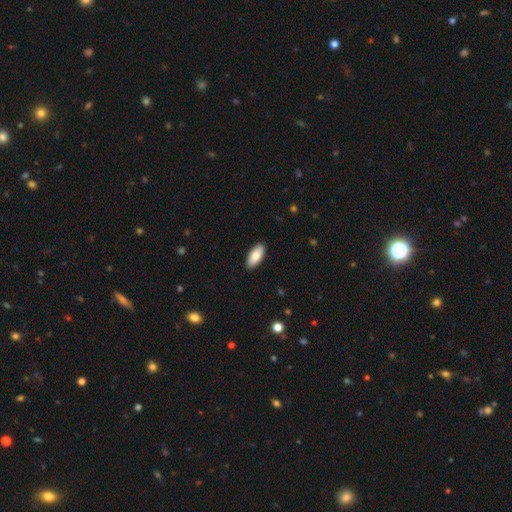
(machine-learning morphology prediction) Q: Smooth or featured?
A: smooth (82%); runner-up: featured or disk (13%)
Q: How rounded?
A: in between (89%); runner-up: cigar-shaped (10%)
Q: Merging?
A: none (90%); runner-up: minor disturbance (8%)